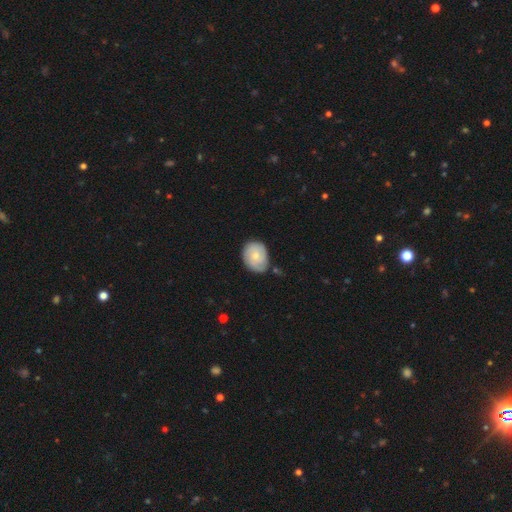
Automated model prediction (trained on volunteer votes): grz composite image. It shows a smooth galaxy with no disk features (52%) that is in between round and cigar-shaped (52%). Merging: none (64%).